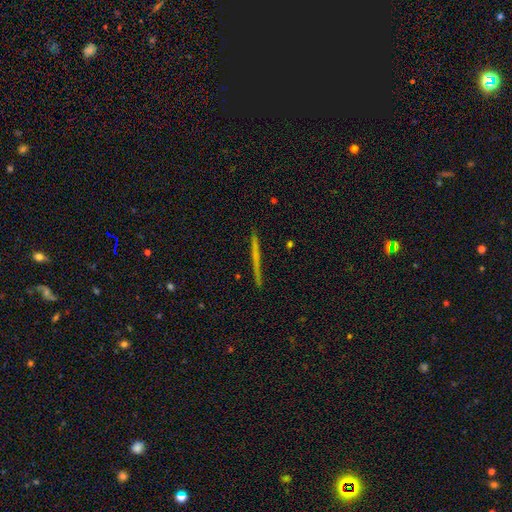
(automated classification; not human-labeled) The model was most divided on "smooth or featured": featured or disk: 48%, smooth: 45%, star or artifact: 8%. More confident: merging — none (92%).